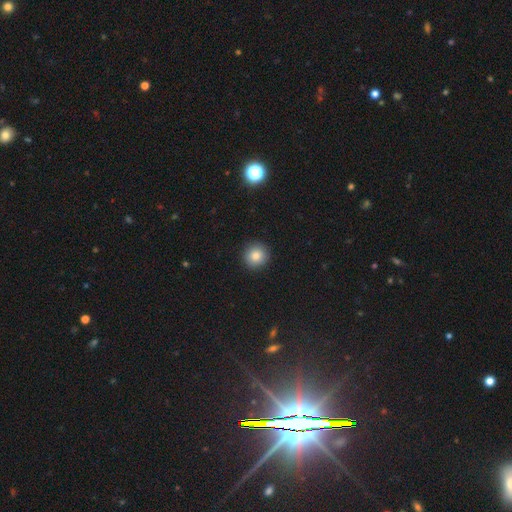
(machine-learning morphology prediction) smooth 83%, star or artifact 11%, featured or disk 7%. Down the decision tree: how rounded — round (93%); merging — none (92%).